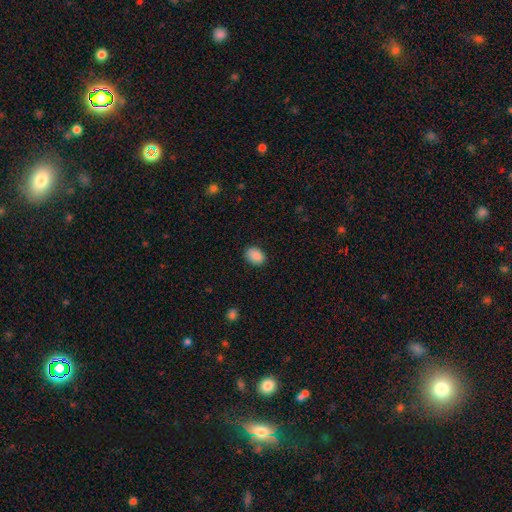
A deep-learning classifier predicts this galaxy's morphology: A smooth galaxy with no disk features (89%) that is in between round and cigar-shaped (68%).

Vote fractions:
- Smooth or featured? smooth: 89% / star or artifact: 8% / featured or disk: 4%
- How rounded? in between: 68% / round: 31% / cigar-shaped: 1%
- Merging? none: 83% / minor disturbance: 14% / major disturbance: 3% / merger: 1%